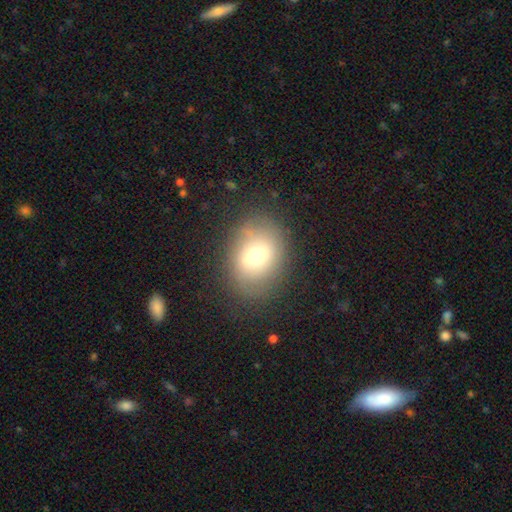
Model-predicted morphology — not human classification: Q: Smooth or featured?
A: smooth (64%); runner-up: featured or disk (25%)
Q: How rounded?
A: in between (57%); runner-up: round (43%)
Q: Merging?
A: none (75%); runner-up: minor disturbance (16%)